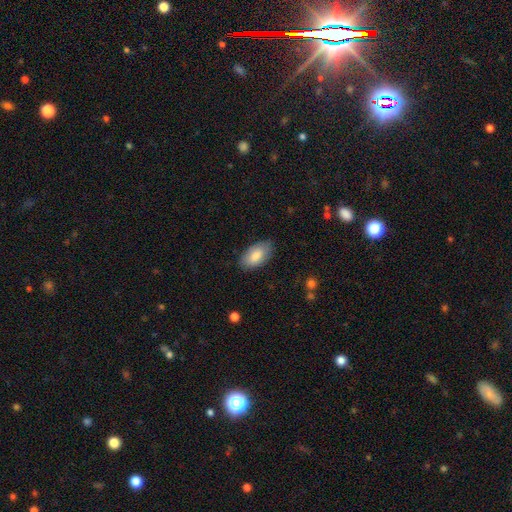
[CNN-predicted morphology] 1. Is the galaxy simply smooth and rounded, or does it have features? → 81% smooth, 14% featured or disk, 6% star or artifact.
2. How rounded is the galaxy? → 95% in between, 3% round, 2% cigar-shaped.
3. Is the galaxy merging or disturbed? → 80% none, 16% minor disturbance, 3% major disturbance, 1% merger.